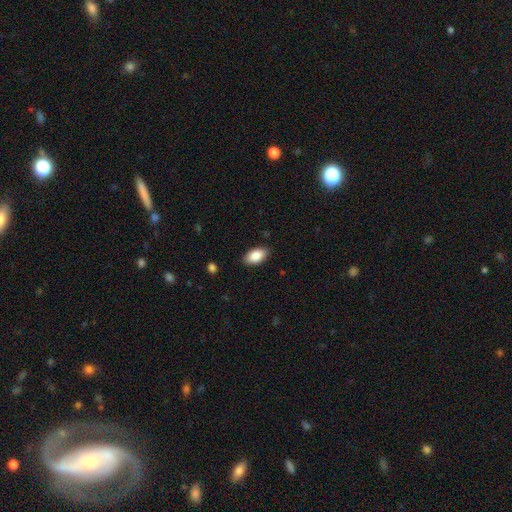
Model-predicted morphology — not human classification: Smooth or featured?
  - smooth: 87% *
  - star or artifact: 7%
  - featured or disk: 6%
How rounded?
  - in between: 94% *
  - round: 4%
  - cigar-shaped: 2%
Merging?
  - none: 87% *
  - minor disturbance: 10%
  - major disturbance: 2%
  - merger: 1%